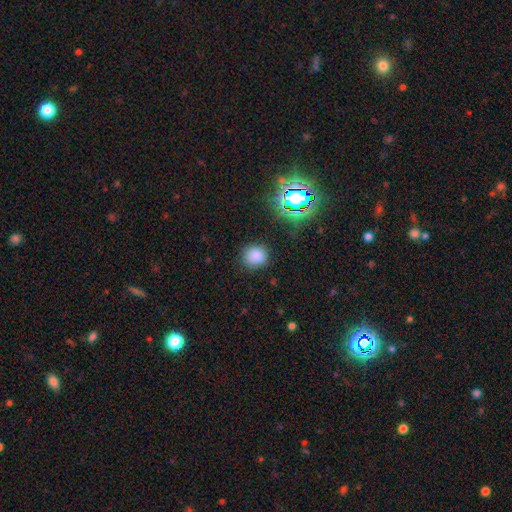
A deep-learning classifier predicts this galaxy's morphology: Smooth or featured? smooth (79%)
How rounded? round (83%)
Merging? none (86%)